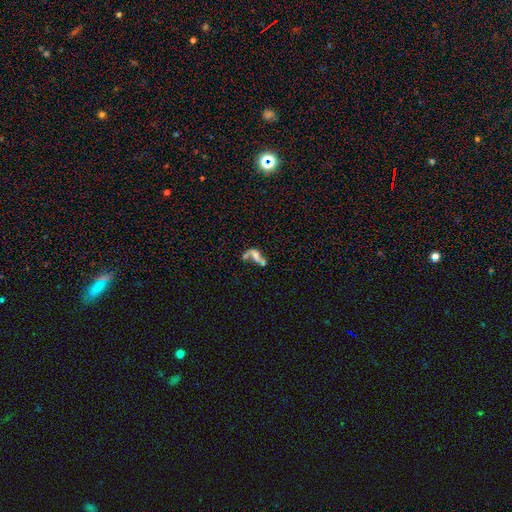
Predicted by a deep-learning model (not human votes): Smooth or featured: featured or disk — 57% (smooth — 27%)
Edge-on disk: no — 90% (yes — 10%)
Bar: no — 66% (weak — 23%)
Spiral arms: yes — 56% (no — 44%)
Bulge size: none — 39% (small — 26%)
Merging: merger — 39% (none — 26%)